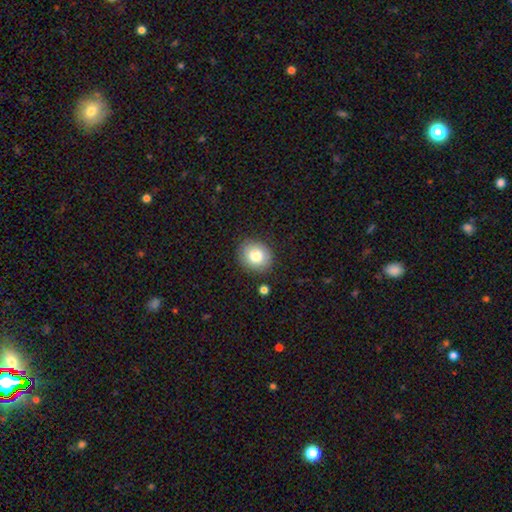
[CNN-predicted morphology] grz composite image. It shows a smooth galaxy with no disk features (79%) that is round (73%). Merging: none (85%).